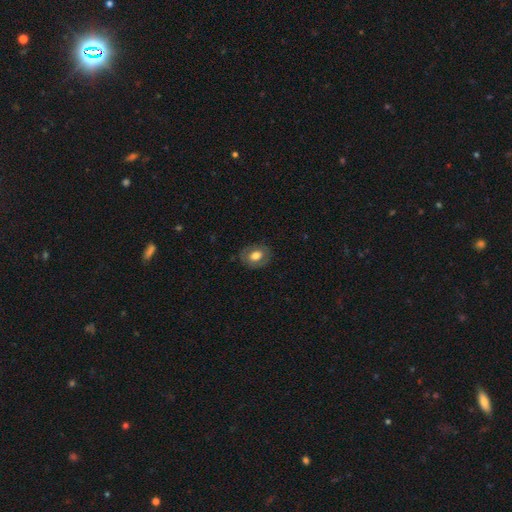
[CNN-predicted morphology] Smooth or featured? smooth (64%)
How rounded? in between (61%)
Merging? none (81%)